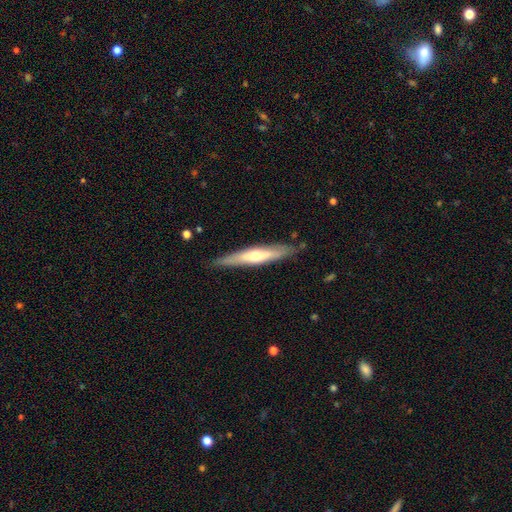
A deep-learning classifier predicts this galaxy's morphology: featured or disk 54%, smooth 40%, star or artifact 5%. Down the decision tree: edge-on disk — yes (90%); merging — none (86%).